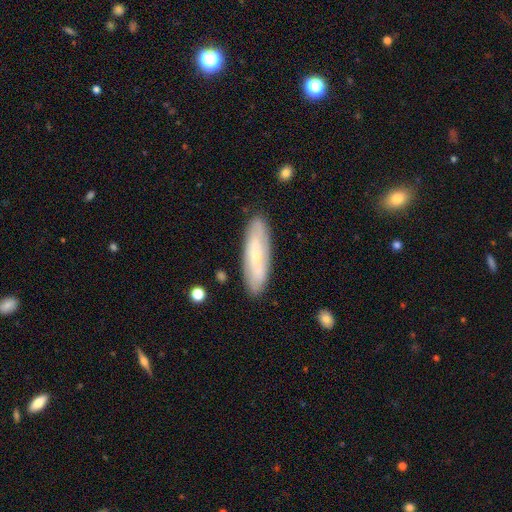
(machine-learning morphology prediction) Smooth or featured: featured or disk — 50% (smooth — 44%)
Merging: none — 86% (minor disturbance — 10%)